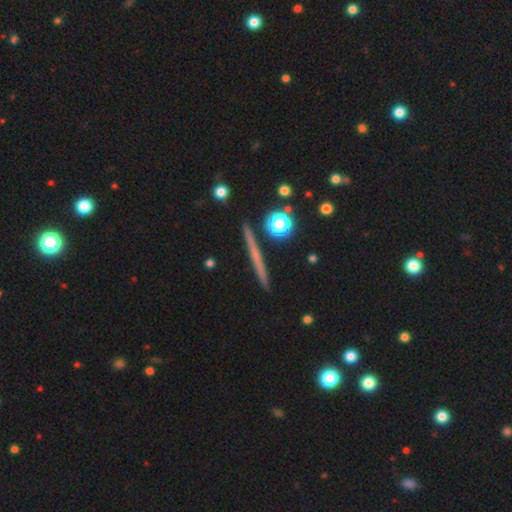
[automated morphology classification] This is possibly a featured or disk galaxy (52%). It is clearly viewed edge-on (97%). Edge-on bulge: clearly none (85%). Merging: clearly none (90%).